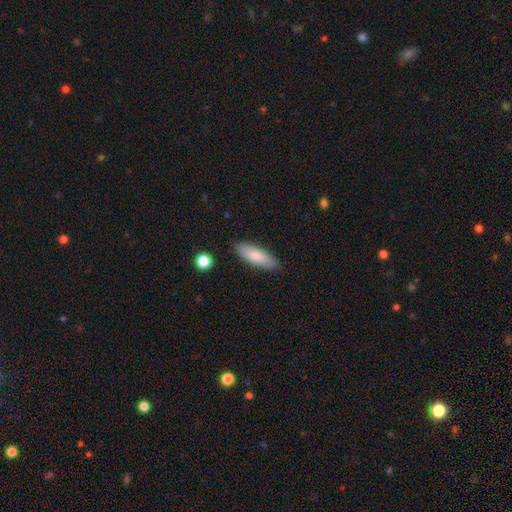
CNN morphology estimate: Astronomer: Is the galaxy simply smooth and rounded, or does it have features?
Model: smooth — 80%.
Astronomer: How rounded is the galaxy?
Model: in between — 60% (runner-up: cigar-shaped, 38%).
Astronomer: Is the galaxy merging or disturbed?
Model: none — 86%.